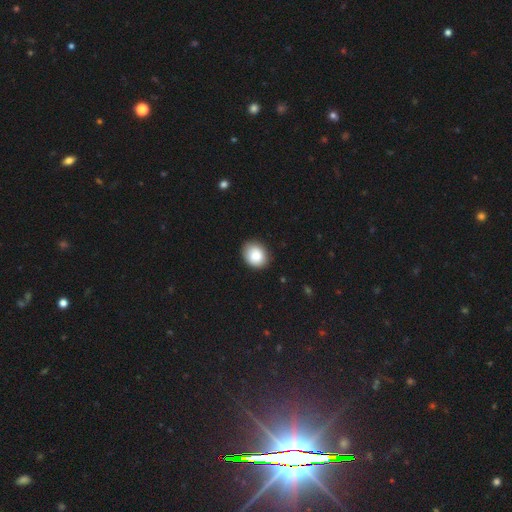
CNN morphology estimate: Q: Smooth or featured?
A: smooth (85%); runner-up: featured or disk (8%)
Q: How rounded?
A: round (54%); runner-up: in between (45%)
Q: Merging?
A: none (83%); runner-up: minor disturbance (13%)